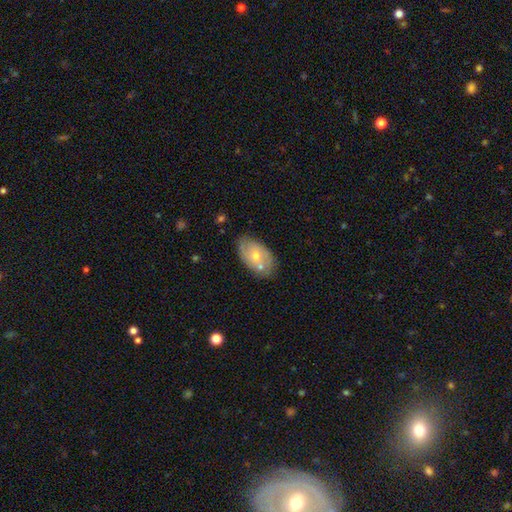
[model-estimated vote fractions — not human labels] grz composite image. It shows a featured or disk galaxy (47%). Merging: none (66%).